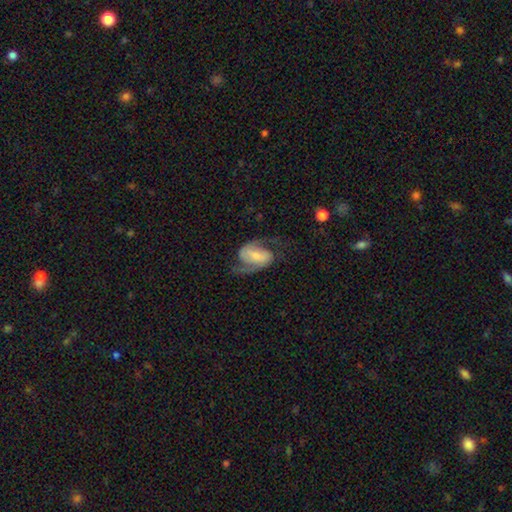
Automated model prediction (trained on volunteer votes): Morphology: type=featured or disk (81%); edge-on=no (97%); bar=weak (40%); spiral arms=yes (95%); winding=medium (46%); arm count=2 (92%); bulge=small (45%); merging=none (66%).